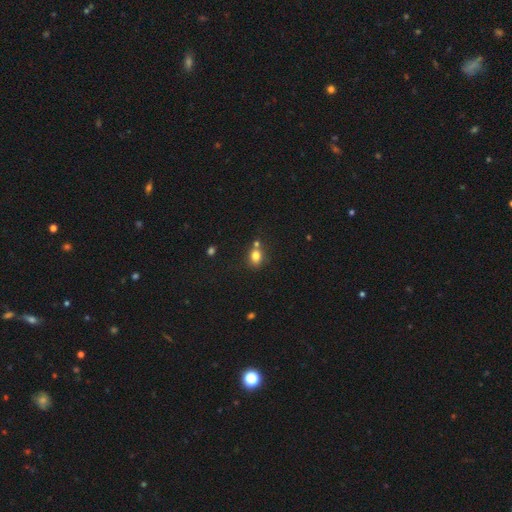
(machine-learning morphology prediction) Q: Smooth or featured?
A: smooth (79%); runner-up: star or artifact (12%)
Q: How rounded?
A: in between (51%); runner-up: round (47%)
Q: Merging?
A: none (59%); runner-up: merger (22%)